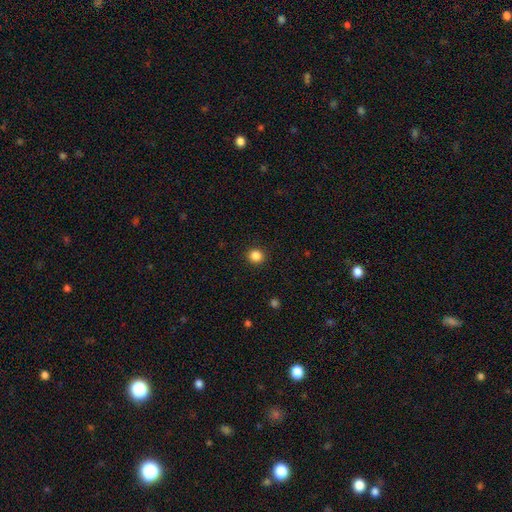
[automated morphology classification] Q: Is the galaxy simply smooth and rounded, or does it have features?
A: smooth — 86%.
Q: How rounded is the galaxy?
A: round — 89%.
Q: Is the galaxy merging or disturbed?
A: none — 92%.